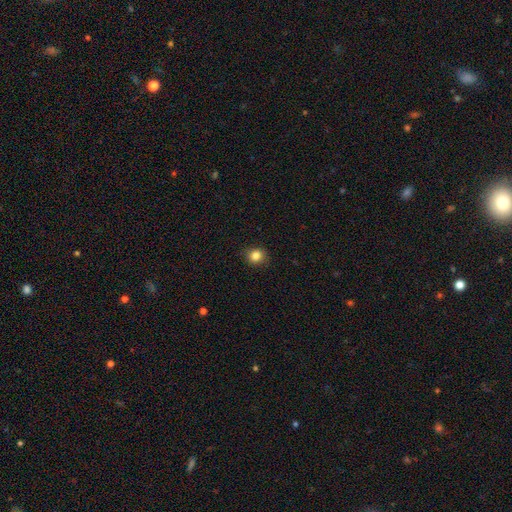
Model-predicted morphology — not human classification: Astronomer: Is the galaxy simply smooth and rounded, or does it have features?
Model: smooth — 84%.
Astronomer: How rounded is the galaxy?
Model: round — 84%.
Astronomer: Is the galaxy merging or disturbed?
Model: none — 89%.